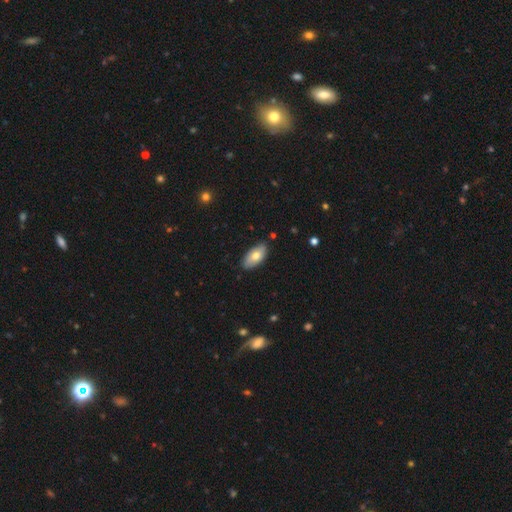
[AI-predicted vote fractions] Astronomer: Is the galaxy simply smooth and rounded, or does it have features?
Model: smooth — 71%.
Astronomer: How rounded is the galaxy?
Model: in between — 92%.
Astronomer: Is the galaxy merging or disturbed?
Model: none — 85%.